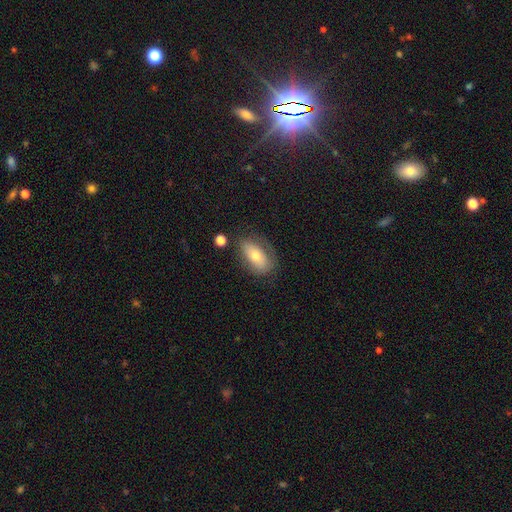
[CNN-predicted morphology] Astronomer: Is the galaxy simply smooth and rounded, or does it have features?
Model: smooth — 58%.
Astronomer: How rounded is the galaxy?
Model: in between — 87%.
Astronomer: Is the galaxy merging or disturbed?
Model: none — 66%.